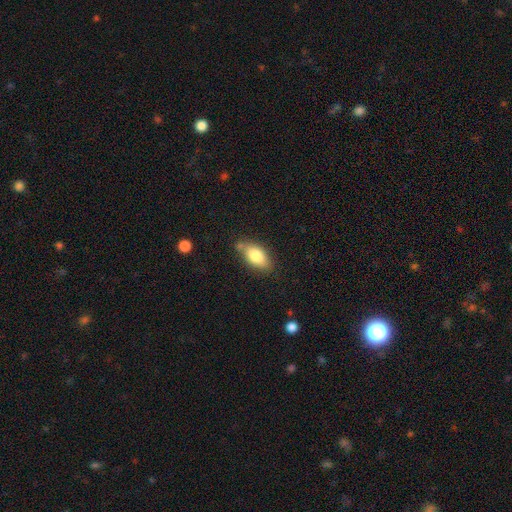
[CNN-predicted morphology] Smooth or featured? smooth (81%)
How rounded? in between (90%)
Merging? none (68%)